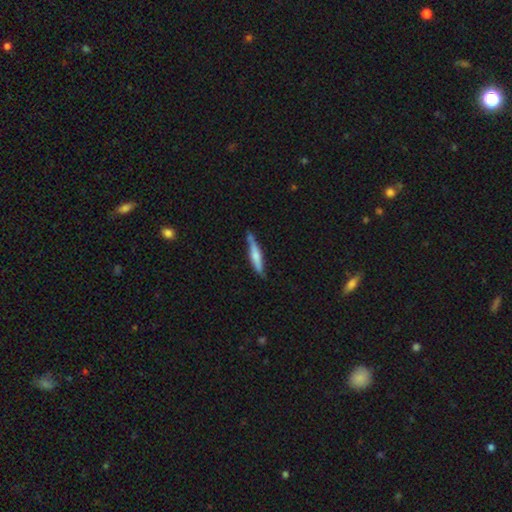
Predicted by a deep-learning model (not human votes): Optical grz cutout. It shows a smooth galaxy with no disk features (56%) that is cigar-shaped (89%). Merging: none (67%).